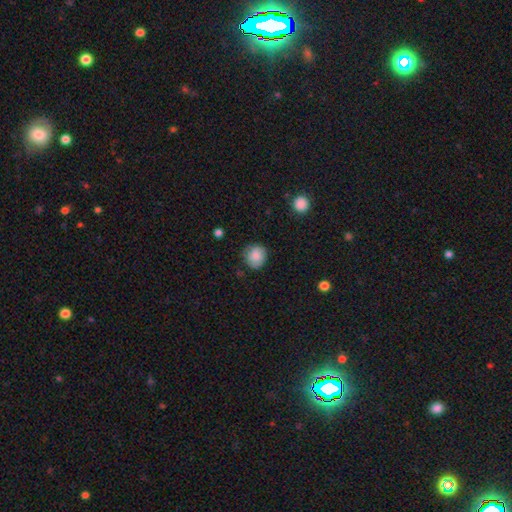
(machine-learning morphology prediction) This is clearly a smooth galaxy (81%). How rounded: clearly round (86%). Merging: likely none (76%).